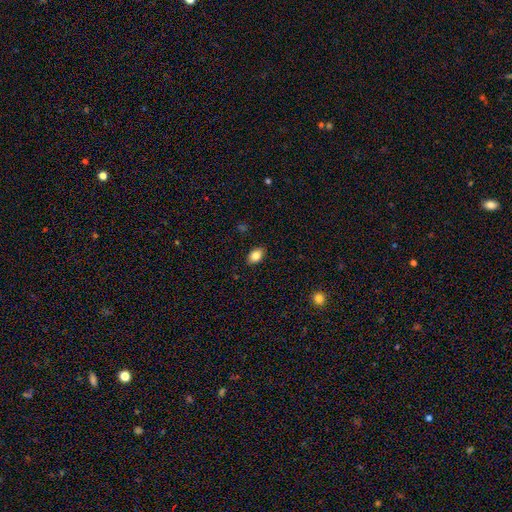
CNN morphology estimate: smooth-or-featured: smooth: 84% | star or artifact: 8% | featured or disk: 8%
  how-rounded: in between: 84% | round: 14% | cigar-shaped: 1%
  merging: none: 88% | minor disturbance: 9% | major disturbance: 2% | merger: 1%